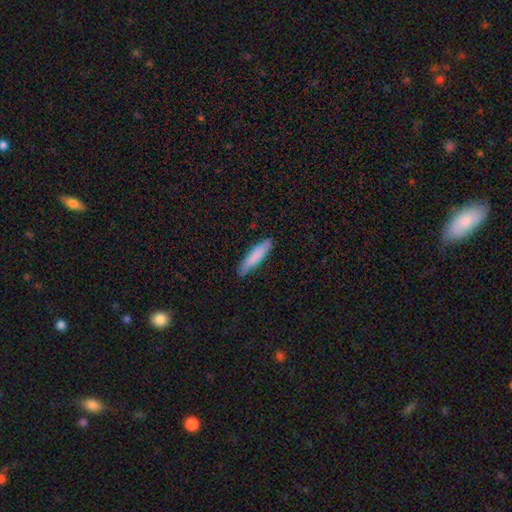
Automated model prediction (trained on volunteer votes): The model was most divided on "how rounded": cigar-shaped: 81%, in between: 18%, round: 1%. More confident: merging — none (83%); smooth or featured — smooth (81%).